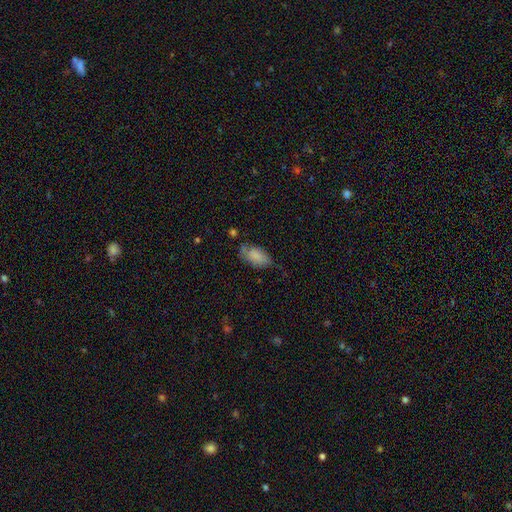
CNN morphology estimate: Smooth or featured?
  - smooth: 80% *
  - featured or disk: 12%
  - star or artifact: 8%
How rounded?
  - in between: 92% *
  - cigar-shaped: 4%
  - round: 3%
Merging?
  - none: 48% *
  - minor disturbance: 35%
  - major disturbance: 12%
  - merger: 5%